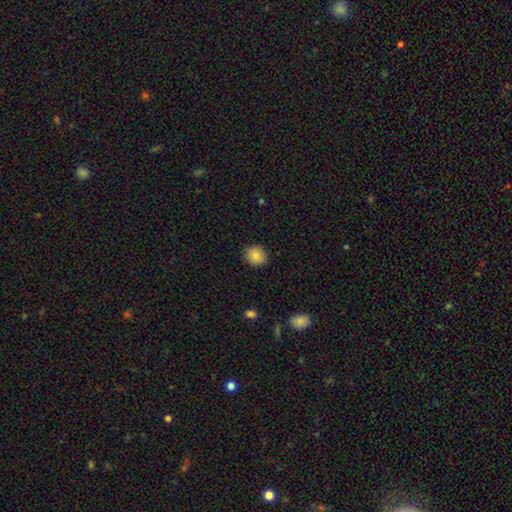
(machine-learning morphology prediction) Q: Smooth or featured?
A: smooth (85%); runner-up: star or artifact (9%)
Q: How rounded?
A: round (82%); runner-up: in between (17%)
Q: Merging?
A: none (89%); runner-up: minor disturbance (8%)